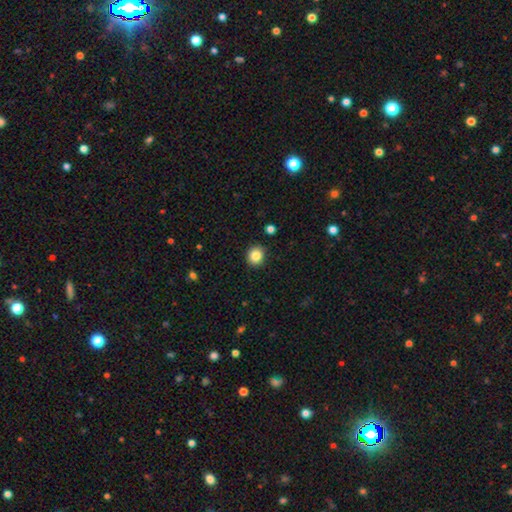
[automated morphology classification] Smooth or featured?
  - smooth: 85% *
  - star or artifact: 10%
  - featured or disk: 5%
How rounded?
  - round: 81% *
  - in between: 18%
  - cigar-shaped: 1%
Merging?
  - none: 90% *
  - minor disturbance: 7%
  - major disturbance: 2%
  - merger: 1%